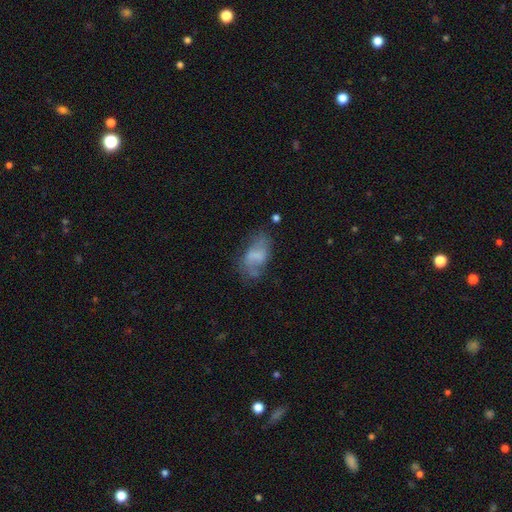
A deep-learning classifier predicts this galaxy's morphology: Smooth or featured? Predicted: smooth (p=0.51). How rounded? Predicted: in between (p=0.90). Merging? Predicted: none (p=0.40).